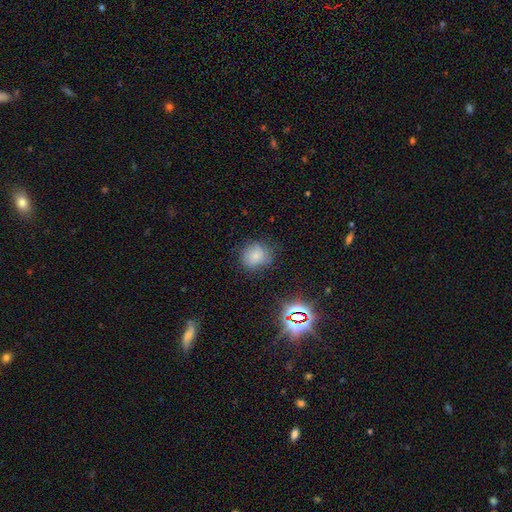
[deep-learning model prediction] This is likely a smooth galaxy (75%). How rounded: likely round (74%). Merging: likely none (72%).